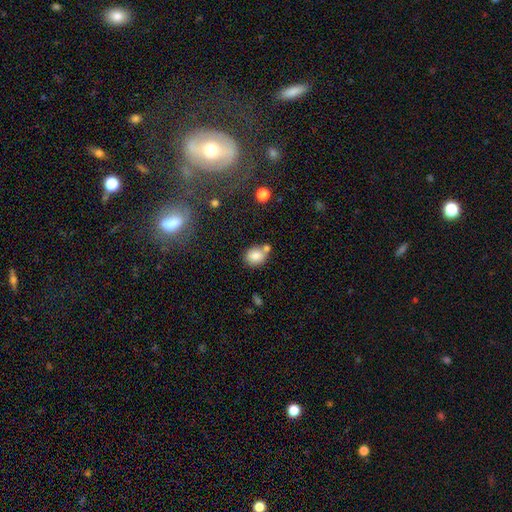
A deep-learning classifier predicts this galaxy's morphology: This is clearly a smooth galaxy (81%). How rounded: possibly round (59%). Merging: possibly none (54%).